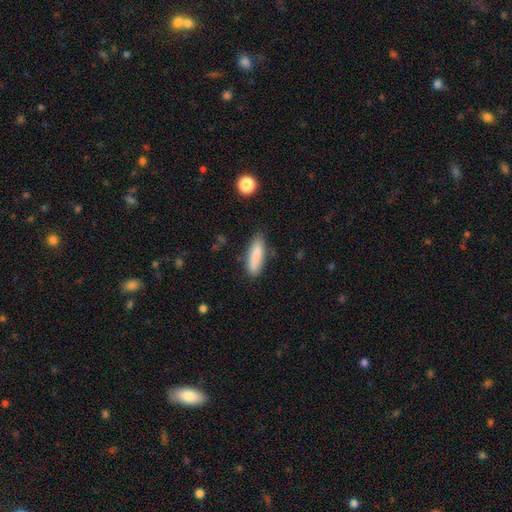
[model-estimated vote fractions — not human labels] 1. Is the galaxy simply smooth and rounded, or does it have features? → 84% smooth, 9% featured or disk, 6% star or artifact.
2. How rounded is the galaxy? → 51% cigar-shaped, 47% in between, 2% round.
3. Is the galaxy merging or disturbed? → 78% none, 17% minor disturbance, 3% major disturbance, 2% merger.